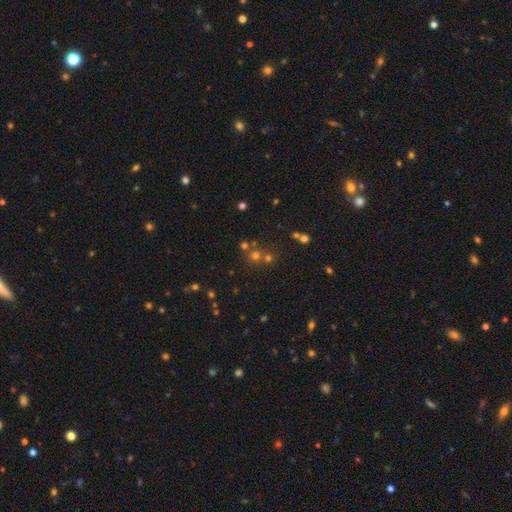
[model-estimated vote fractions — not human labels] This appears to be a smooth galaxy with no disk features (50%). Merging: none (63%).